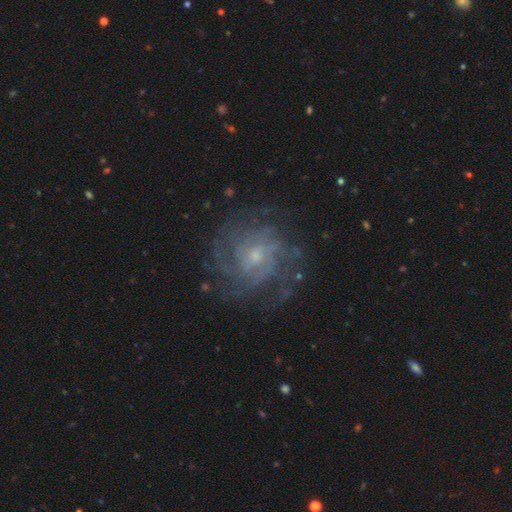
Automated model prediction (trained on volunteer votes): This is clearly a featured or disk galaxy (83%). It is clearly not viewed edge-on (97%). Bar: possibly no (59%). Spiral arm pattern: clearly yes (94%). Spiral arm count: marginally can't tell (36%). Spiral winding: possibly tight (58%). Central bulge: likely small (68%). Merging: likely none (76%).